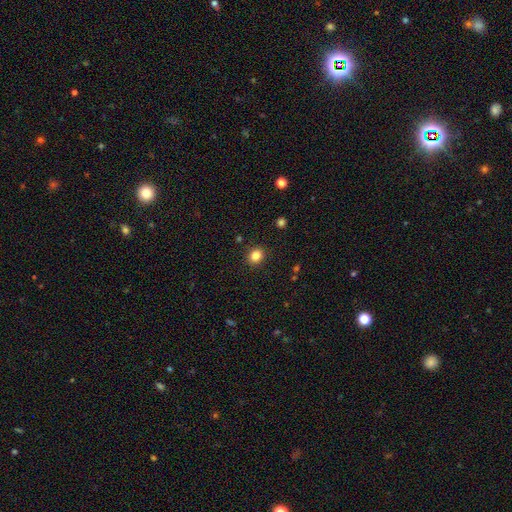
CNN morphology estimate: Q: Smooth or featured?
A: smooth (84%); runner-up: star or artifact (11%)
Q: How rounded?
A: round (66%); runner-up: in between (33%)
Q: Merging?
A: none (89%); runner-up: minor disturbance (7%)